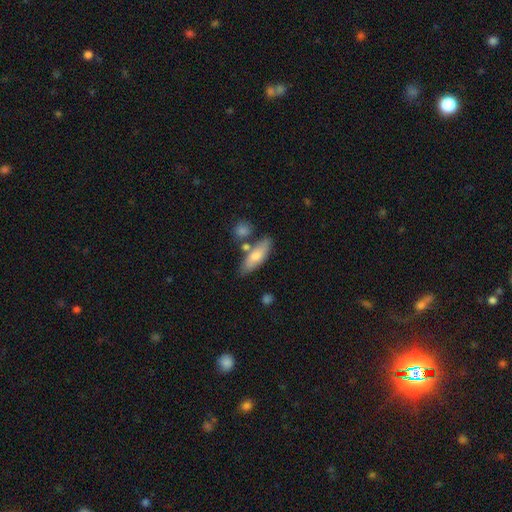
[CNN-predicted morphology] Smooth or featured?
  - smooth: 71% *
  - featured or disk: 24%
  - star or artifact: 6%
How rounded?
  - in between: 63% *
  - cigar-shaped: 34%
  - round: 3%
Merging?
  - none: 69% *
  - minor disturbance: 15%
  - merger: 13%
  - major disturbance: 4%